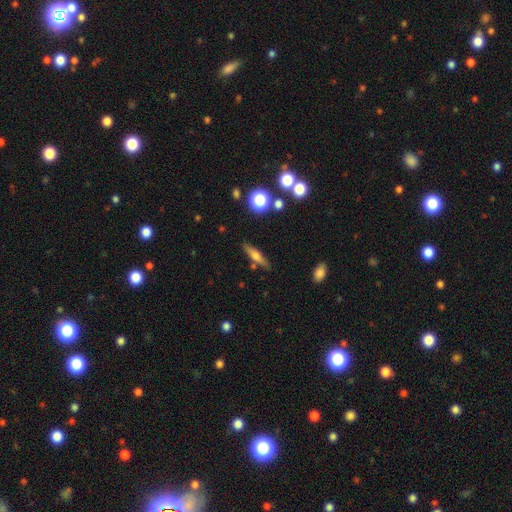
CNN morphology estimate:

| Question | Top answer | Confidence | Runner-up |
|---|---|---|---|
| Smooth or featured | featured or disk | 46% | smooth (45%) |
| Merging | none | 83% | minor disturbance (11%) |